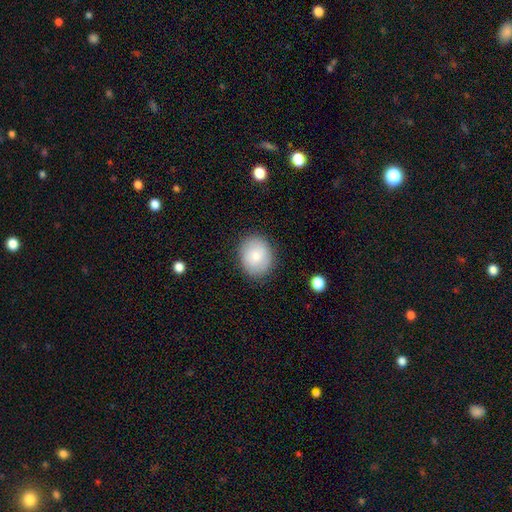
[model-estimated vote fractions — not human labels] Smooth or featured? Predicted: smooth (p=0.77). How rounded? Predicted: round (p=0.63). Merging? Predicted: none (p=0.85).